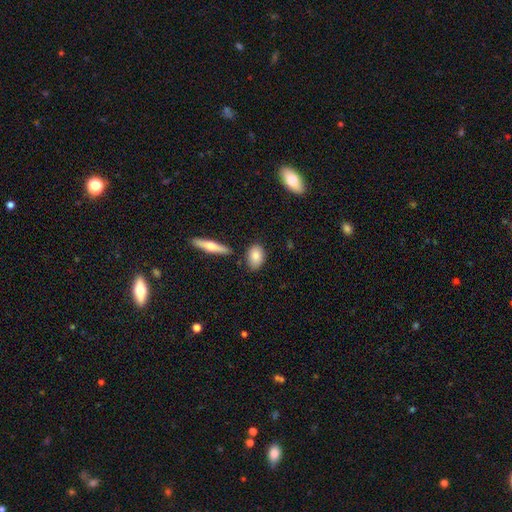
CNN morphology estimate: A smooth galaxy with no disk features (80%) that is in between round and cigar-shaped (84%). Merging: none (80%).